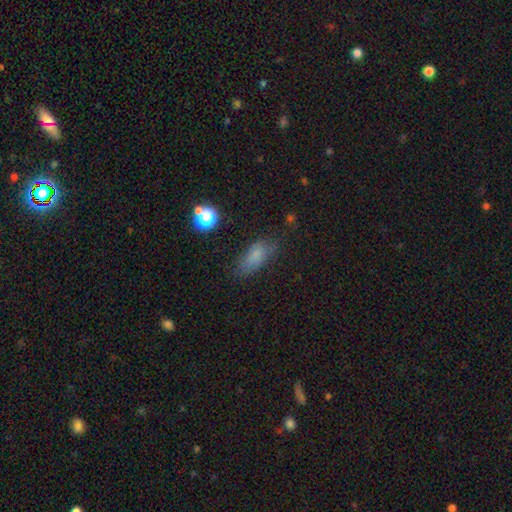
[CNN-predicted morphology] The model was most divided on "merging": none: 68%, minor disturbance: 22%, major disturbance: 8%, merger: 2%. More confident: how rounded — in between (79%); smooth or featured — smooth (77%).